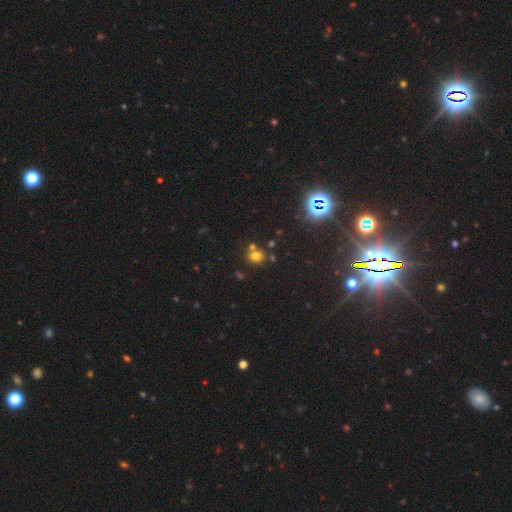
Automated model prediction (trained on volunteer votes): Morphology: type=smooth (66%); roundness=round (80%); merging=none (66%).